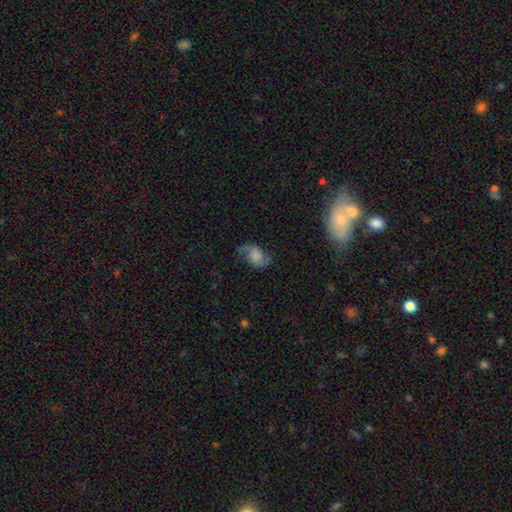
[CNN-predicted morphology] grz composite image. It shows a featured or disk galaxy (64%) with no bar (67%), 2 (89%) loose (53%) spiral arms (92%) and no central bulge (27%). Merging: none (67%).